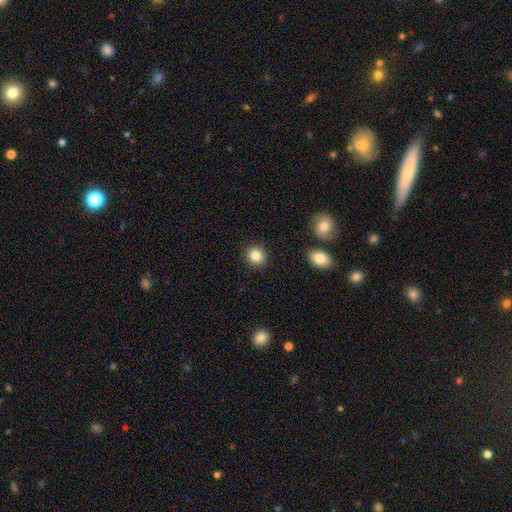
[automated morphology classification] Q: Smooth or featured?
A: smooth (85%); runner-up: star or artifact (10%)
Q: How rounded?
A: round (85%); runner-up: in between (14%)
Q: Merging?
A: none (91%); runner-up: minor disturbance (6%)